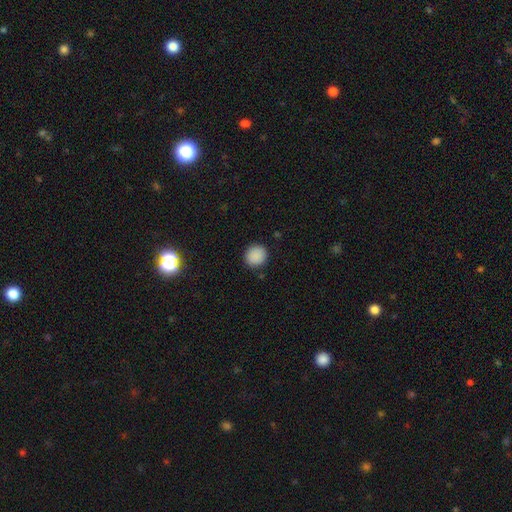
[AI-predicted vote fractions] smooth_or_featured: smooth (p=0.88) [alt: star or artifact p=0.09]
how_rounded: round (p=0.91) [alt: in between p=0.08]
merging: none (p=0.90) [alt: minor disturbance p=0.07]